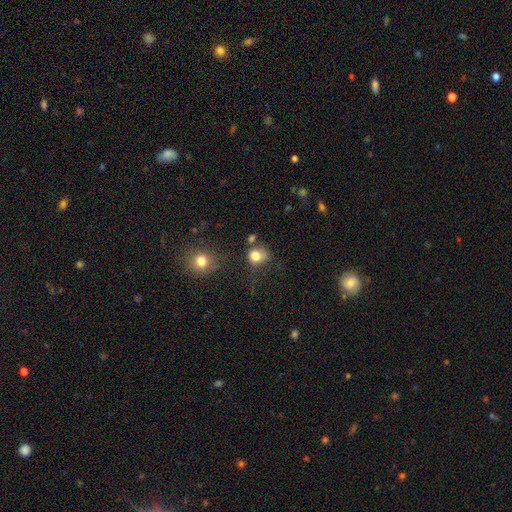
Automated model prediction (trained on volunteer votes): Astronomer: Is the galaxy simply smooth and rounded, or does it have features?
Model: smooth — 80%.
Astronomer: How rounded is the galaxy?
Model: round — 75%.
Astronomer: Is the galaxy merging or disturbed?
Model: none — 55%.